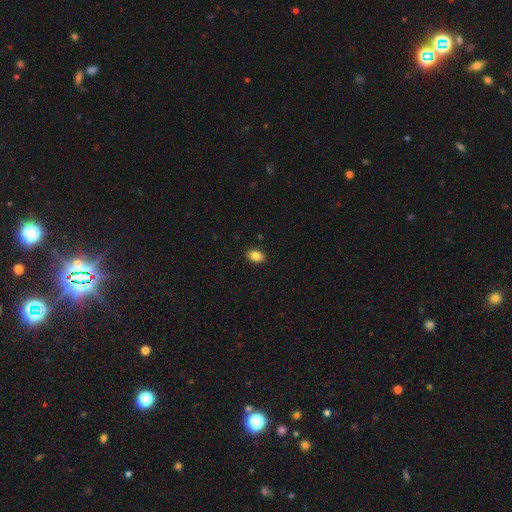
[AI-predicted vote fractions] The model was most divided on "how rounded": in between: 78%, round: 21%, cigar-shaped: 1%. More confident: merging — none (89%); smooth or featured — smooth (84%).